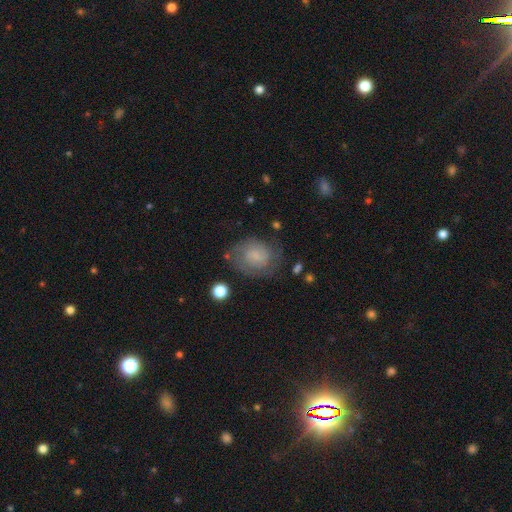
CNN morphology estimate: Smooth or featured?
  - featured or disk: 50% *
  - smooth: 41%
  - star or artifact: 10%
Merging?
  - none: 65% *
  - minor disturbance: 21%
  - major disturbance: 12%
  - merger: 2%